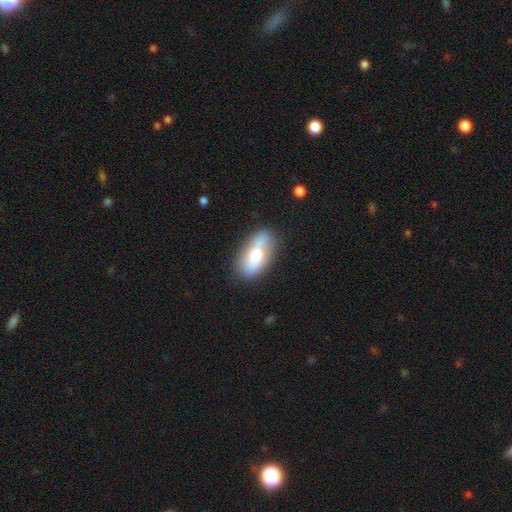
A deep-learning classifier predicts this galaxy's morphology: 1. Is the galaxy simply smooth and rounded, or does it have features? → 62% smooth, 31% featured or disk, 7% star or artifact.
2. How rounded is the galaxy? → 85% in between, 10% cigar-shaped, 4% round.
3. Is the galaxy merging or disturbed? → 68% none, 20% minor disturbance, 6% merger, 6% major disturbance.